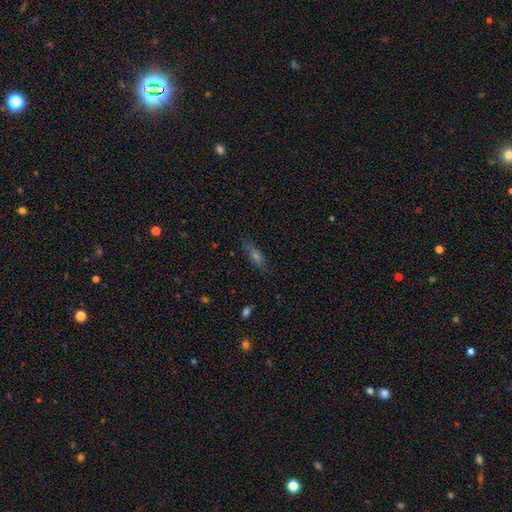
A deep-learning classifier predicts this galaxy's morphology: type=smooth (47%); merging=none (83%).